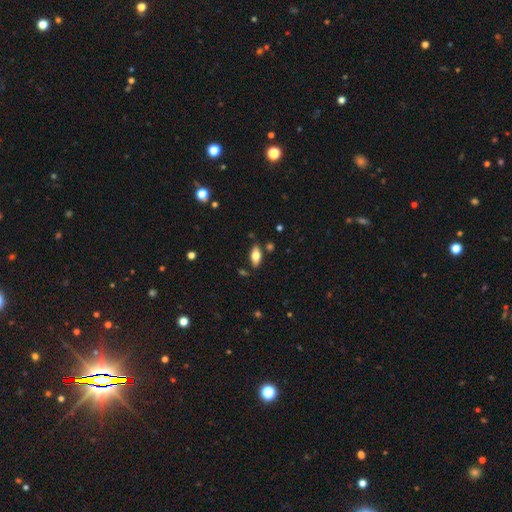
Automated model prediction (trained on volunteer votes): Smooth or featured?
  - smooth: 66% *
  - featured or disk: 27%
  - star or artifact: 7%
How rounded?
  - in between: 84% *
  - cigar-shaped: 13%
  - round: 3%
Merging?
  - none: 83% *
  - minor disturbance: 12%
  - merger: 3%
  - major disturbance: 3%